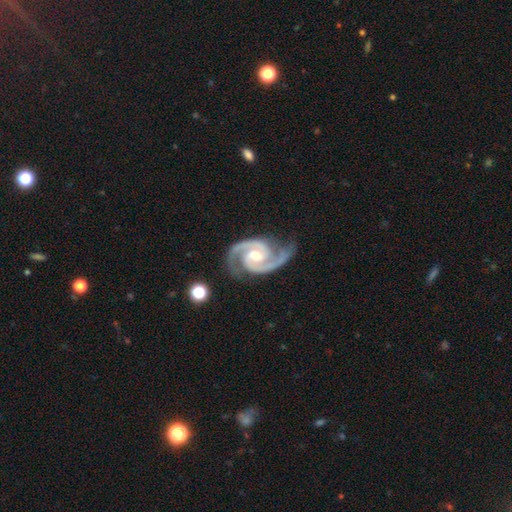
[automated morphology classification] A featured or disk galaxy (95%) with a weak bar (46%), 2 (94%) medium (58%) spiral arms (99%) and a moderate central bulge (65%).

Vote fractions:
- Smooth or featured? featured or disk: 95% / star or artifact: 3% / smooth: 2%
- Edge-on disk? no: 98% / yes: 2%
- Bar? weak: 46% / no: 36% / strong: 18%
- Spiral arms? yes: 99% / no: 1%
- Spiral winding? medium: 58% / tight: 36% / loose: 7%
- Spiral arm count? 2: 94% / 3: 2% / can't tell: 1% / 1: 1% / 4: 1% / more than 4: 1%
- Bulge size? moderate: 65% / small: 30% / large: 3% / none: 1% / dominant: 1%
- Merging? none: 79% / minor disturbance: 15% / major disturbance: 4% / merger: 2%